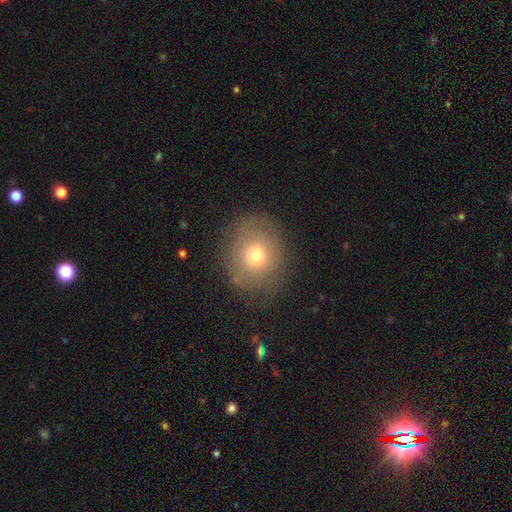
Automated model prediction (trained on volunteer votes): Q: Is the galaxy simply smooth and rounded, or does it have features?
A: smooth — 65%.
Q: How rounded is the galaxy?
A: round — 69%.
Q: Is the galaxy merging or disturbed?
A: none — 72%.